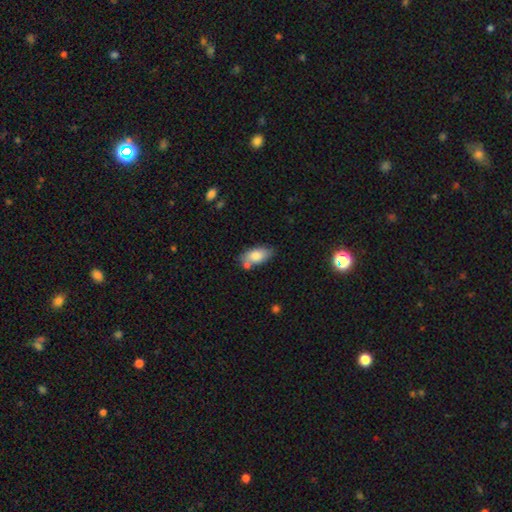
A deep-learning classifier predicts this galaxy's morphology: Smooth or featured? smooth (80%)
How rounded? in between (91%)
Merging? none (62%)